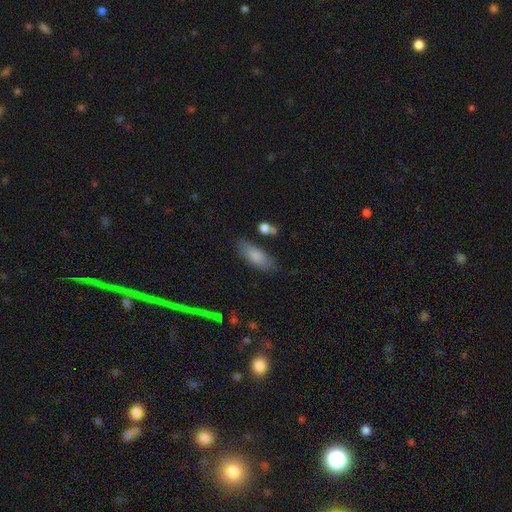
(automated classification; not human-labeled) smooth_or_featured: smooth (p=0.81) [alt: featured or disk p=0.12]
how_rounded: in between (p=0.73) [alt: cigar-shaped p=0.24]
merging: none (p=0.75) [alt: minor disturbance p=0.16]